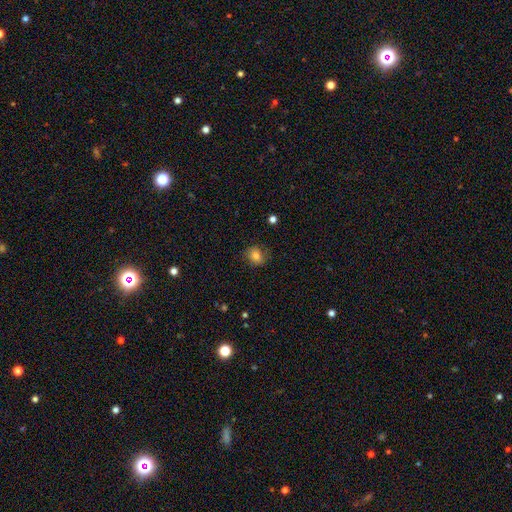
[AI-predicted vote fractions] smooth 78%, star or artifact 11%, featured or disk 11%. Down the decision tree: how rounded — round (60%); merging — none (81%).